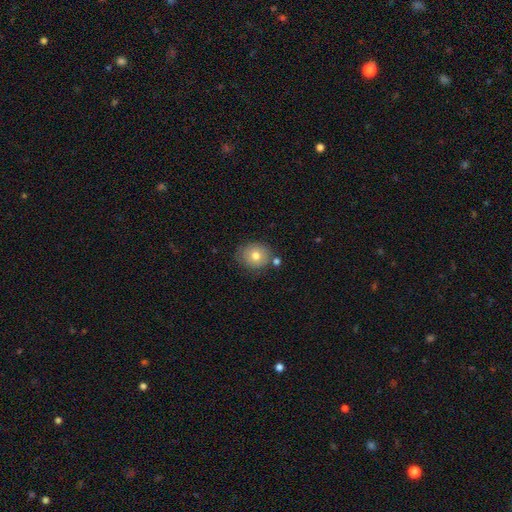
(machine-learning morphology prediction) This is likely a smooth galaxy (75%). How rounded: likely round (77%). Merging: likely none (73%).